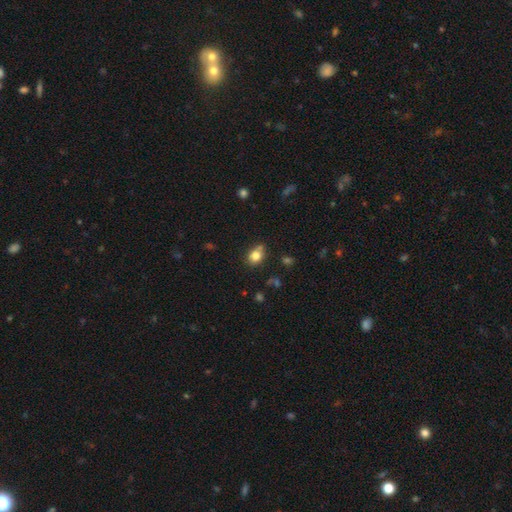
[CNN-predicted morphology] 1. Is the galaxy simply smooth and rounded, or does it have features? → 80% smooth, 11% star or artifact, 9% featured or disk.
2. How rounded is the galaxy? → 55% round, 44% in between, 1% cigar-shaped.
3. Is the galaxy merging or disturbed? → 70% none, 15% minor disturbance, 11% merger, 4% major disturbance.